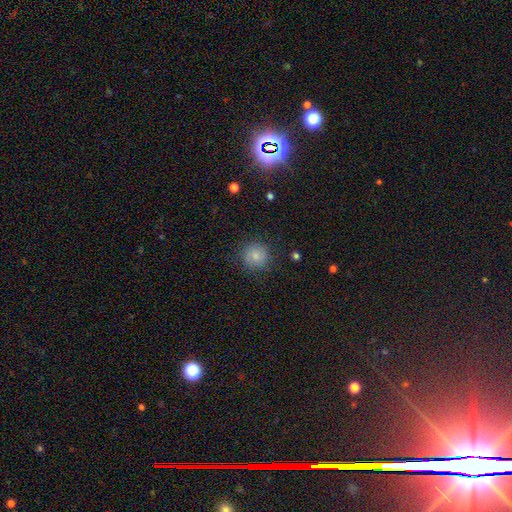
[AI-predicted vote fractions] Q: Smooth or featured?
A: smooth (81%); runner-up: star or artifact (10%)
Q: How rounded?
A: round (92%); runner-up: in between (7%)
Q: Merging?
A: none (81%); runner-up: minor disturbance (13%)